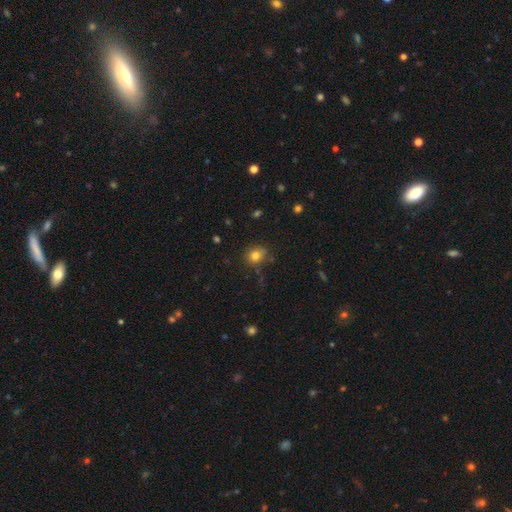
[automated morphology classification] This appears to be a smooth galaxy with no disk features (78%) that is round (66%). Merging: none (76%).